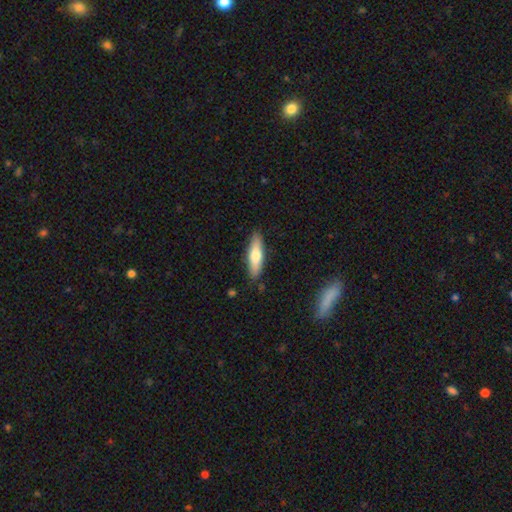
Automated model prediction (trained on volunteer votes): smooth-or-featured: smooth: 65% | featured or disk: 30% | star or artifact: 6%
  how-rounded: cigar-shaped: 62% | in between: 36% | round: 2%
  merging: none: 86% | minor disturbance: 10% | major disturbance: 2% | merger: 1%